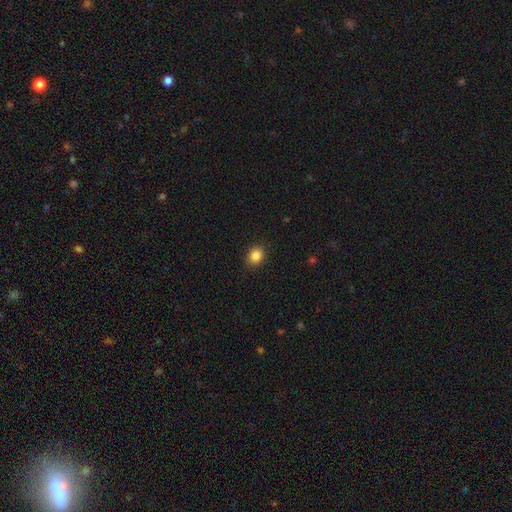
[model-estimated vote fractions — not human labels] Smooth or featured? smooth (86%)
How rounded? round (59%)
Merging? none (89%)